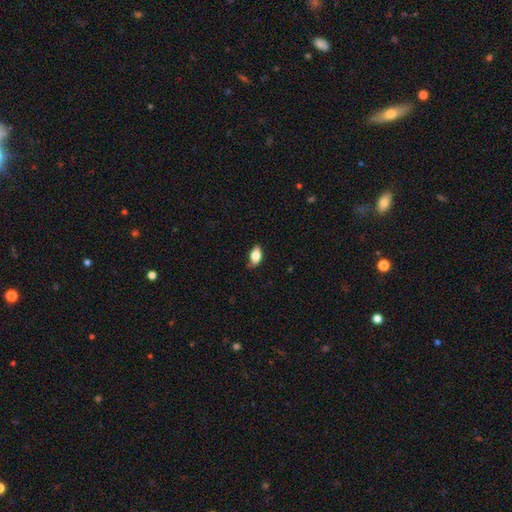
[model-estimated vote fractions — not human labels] This is likely a smooth galaxy (77%). How rounded: clearly in between (89%). Merging: clearly none (80%).